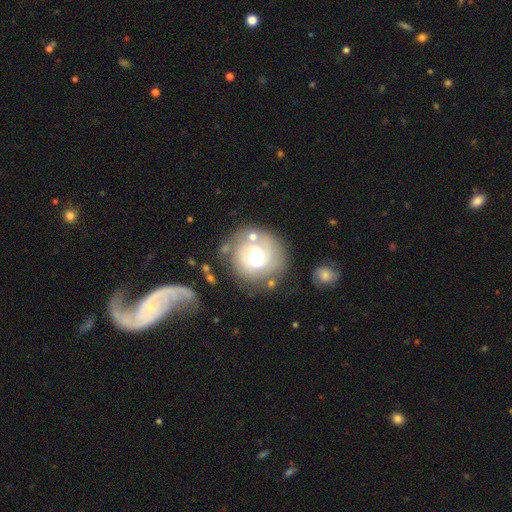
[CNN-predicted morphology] This is likely a featured or disk galaxy (68%). It is clearly not viewed edge-on (98%). Bar: possibly no (49%). Spiral arm pattern: clearly yes (86%). Spiral arm count: possibly 2 (51%). Spiral winding: possibly tight (55%). Central bulge: possibly moderate (53%). Merging: likely none (67%).